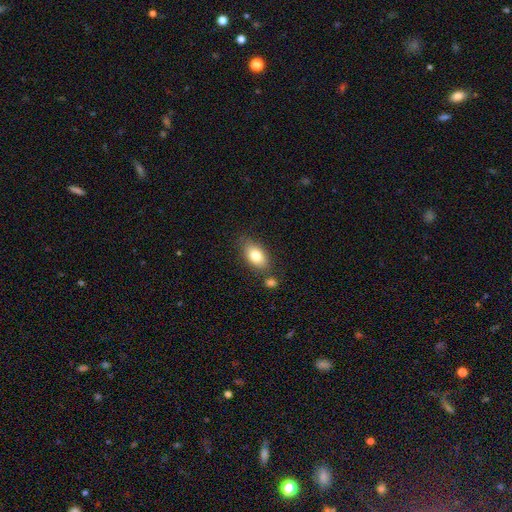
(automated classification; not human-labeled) Smooth or featured? smooth (80%)
How rounded? in between (89%)
Merging? none (71%)